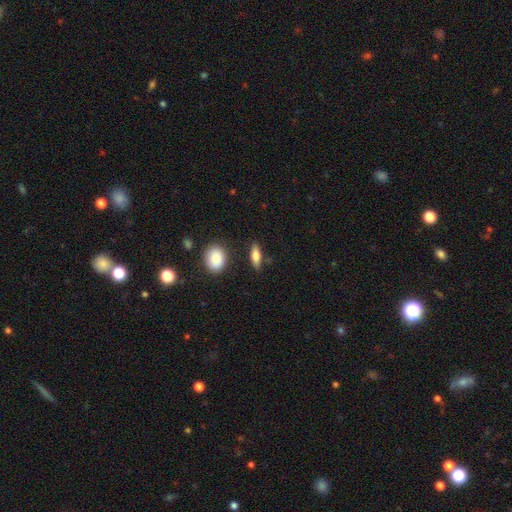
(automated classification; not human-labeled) Morphology: type=smooth (76%); roundness=in between (61%); merging=none (81%).